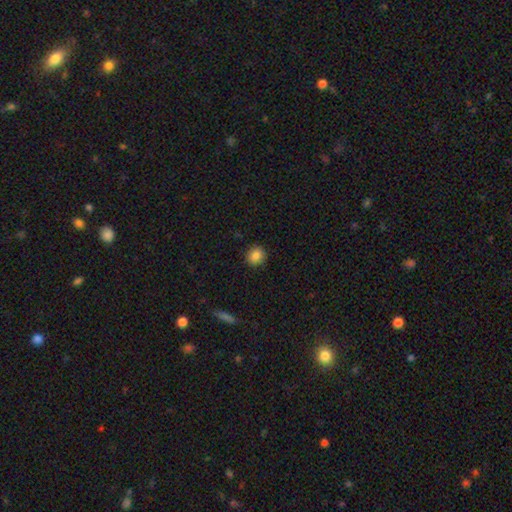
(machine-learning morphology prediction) This appears to be a smooth galaxy with no disk features (85%) that is round (83%). Merging: none (90%).